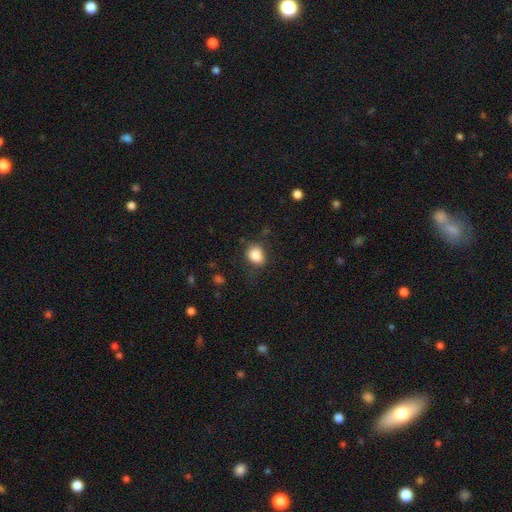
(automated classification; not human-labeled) Smooth or featured? Predicted: smooth (p=0.85). How rounded? Predicted: in between (p=0.55). Merging? Predicted: none (p=0.71).